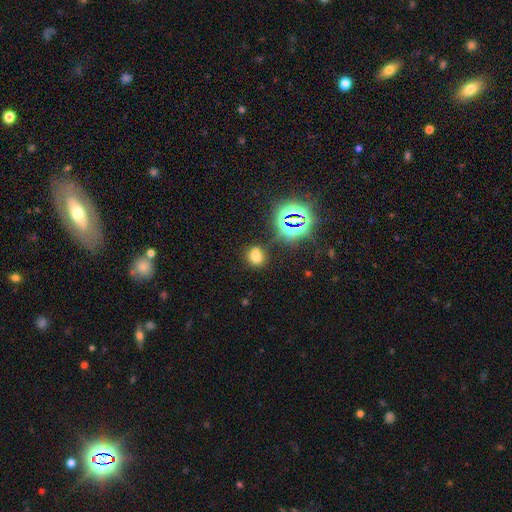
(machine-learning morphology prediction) Overall: smooth (64%; star or artifact 28%). How rounded: in between (57%; round 40%). Merging: none (66%).